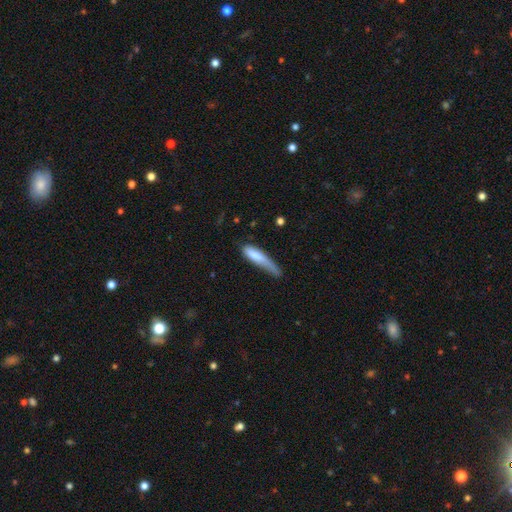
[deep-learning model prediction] Smooth or featured: smooth — 75% (featured or disk — 19%)
How rounded: cigar-shaped — 77% (in between — 21%)
Merging: minor disturbance — 39% (none — 30%)